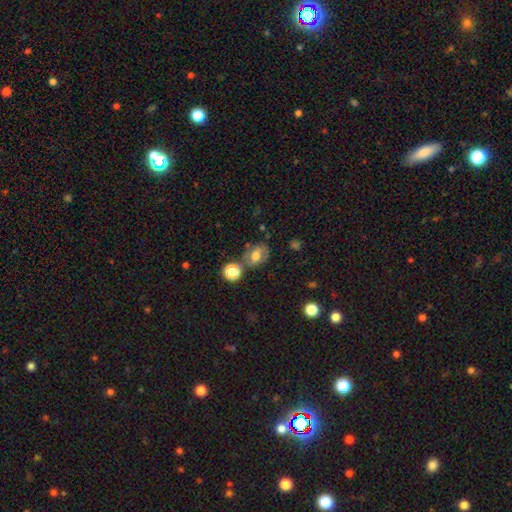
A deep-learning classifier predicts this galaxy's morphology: Q: Smooth or featured?
A: smooth (60%); runner-up: featured or disk (28%)
Q: How rounded?
A: in between (63%); runner-up: round (35%)
Q: Merging?
A: none (62%); runner-up: minor disturbance (20%)